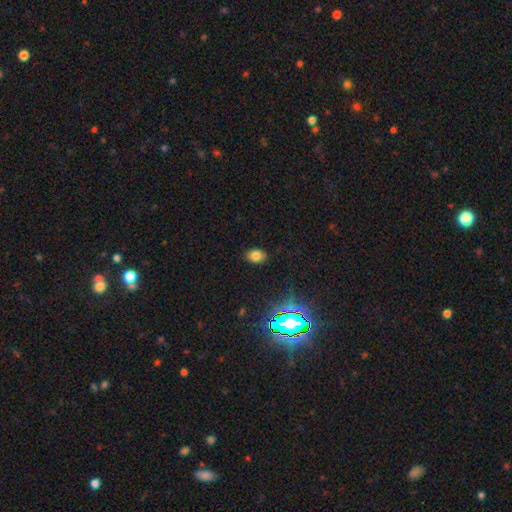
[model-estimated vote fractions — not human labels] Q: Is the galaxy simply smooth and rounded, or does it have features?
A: smooth — 76%.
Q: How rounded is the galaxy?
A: in between — 75%.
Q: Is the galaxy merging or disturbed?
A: none — 86%.